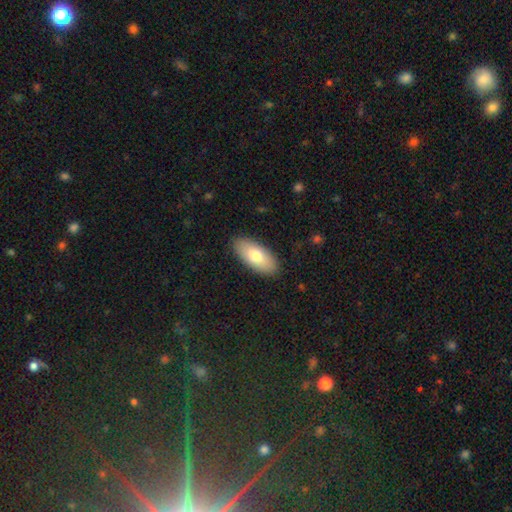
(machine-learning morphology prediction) type=smooth (75%); roundness=in between (90%); merging=none (88%).